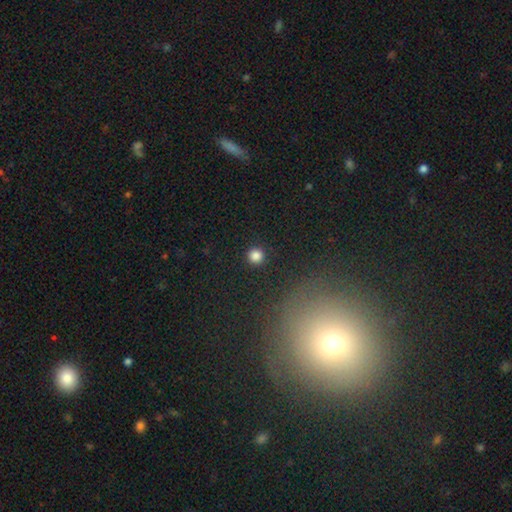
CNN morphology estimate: Overall: smooth (84%). How rounded: round (94%). Merging: none (92%).